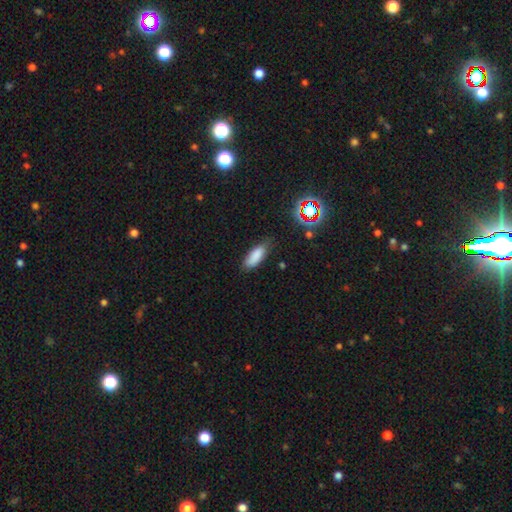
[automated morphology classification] smooth-or-featured: smooth: 84% | star or artifact: 10% | featured or disk: 7%
  how-rounded: in between: 75% | cigar-shaped: 23% | round: 2%
  merging: none: 72% | minor disturbance: 21% | major disturbance: 4% | merger: 2%